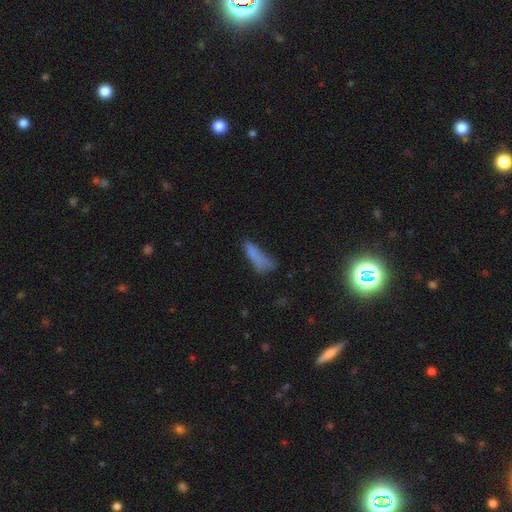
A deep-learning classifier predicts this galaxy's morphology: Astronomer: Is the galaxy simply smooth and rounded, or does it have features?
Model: smooth — 68%.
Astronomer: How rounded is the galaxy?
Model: cigar-shaped — 58% (runner-up: in between, 39%).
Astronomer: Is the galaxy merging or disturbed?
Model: none — 40% (runner-up: minor disturbance, 28%).